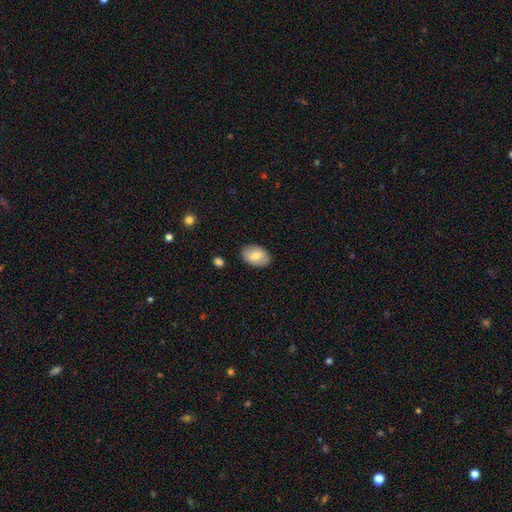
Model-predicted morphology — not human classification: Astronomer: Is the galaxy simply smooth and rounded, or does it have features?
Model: smooth — 75%.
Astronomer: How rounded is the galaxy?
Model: in between — 88%.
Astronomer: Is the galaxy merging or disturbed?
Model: none — 87%.